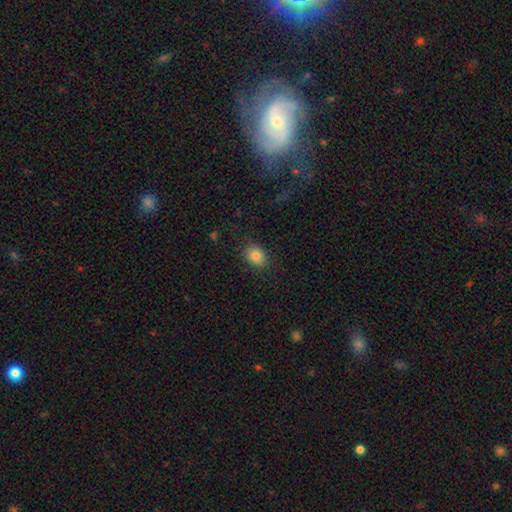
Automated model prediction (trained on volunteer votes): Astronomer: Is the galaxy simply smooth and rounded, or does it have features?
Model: smooth — 84%.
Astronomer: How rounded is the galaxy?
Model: in between — 52% (runner-up: round, 47%).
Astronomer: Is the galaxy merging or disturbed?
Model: none — 84%.